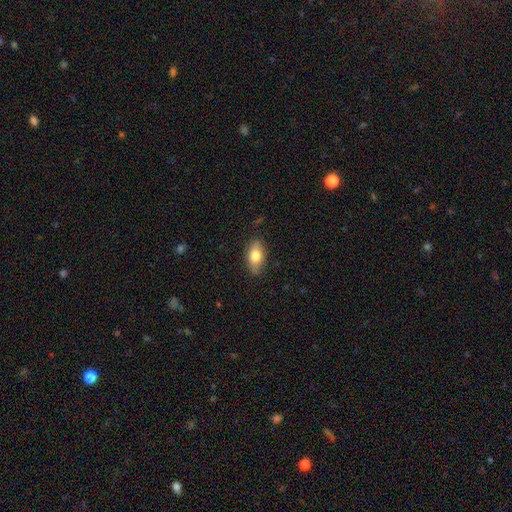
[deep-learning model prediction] This appears to be a smooth galaxy with no disk features (75%) that is in between round and cigar-shaped (89%). Merging: none (84%).